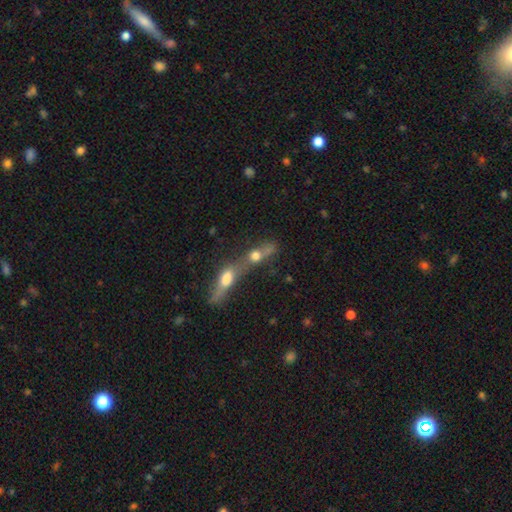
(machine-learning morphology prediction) smooth-or-featured: smooth: 56% | featured or disk: 29% | star or artifact: 15%
  how-rounded: in between: 36% | round: 33% | cigar-shaped: 31%
  merging: merger: 70% | none: 18% | major disturbance: 6% | minor disturbance: 6%